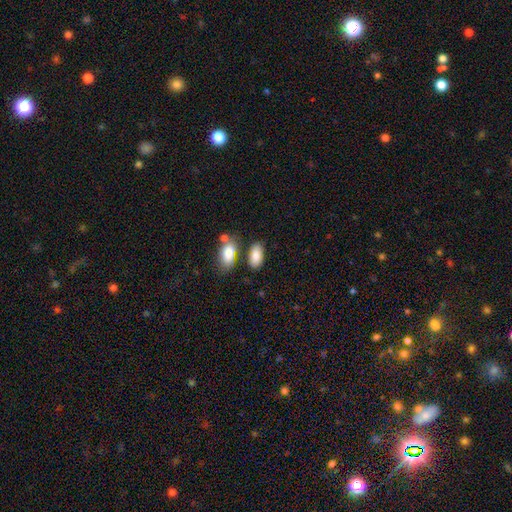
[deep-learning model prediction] This is clearly a smooth galaxy (85%). How rounded: clearly in between (92%). Merging: likely none (67%).